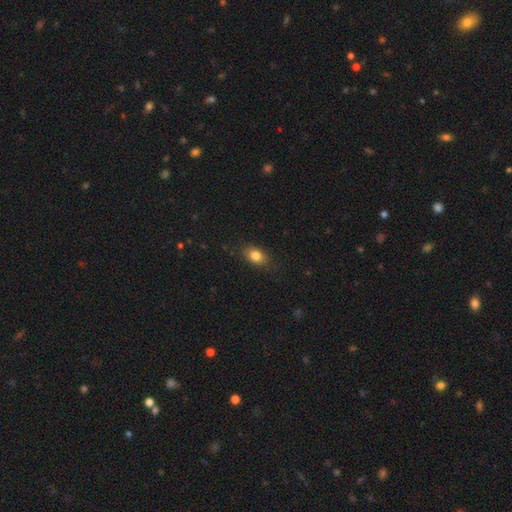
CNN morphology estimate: Q: Smooth or featured?
A: smooth (82%); runner-up: star or artifact (9%)
Q: How rounded?
A: in between (79%); runner-up: round (19%)
Q: Merging?
A: none (84%); runner-up: minor disturbance (12%)